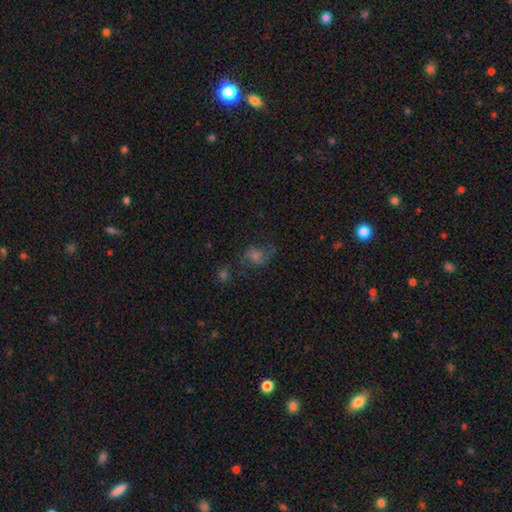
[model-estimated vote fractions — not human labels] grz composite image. It shows a featured or disk galaxy (47%). Merging: none (61%).